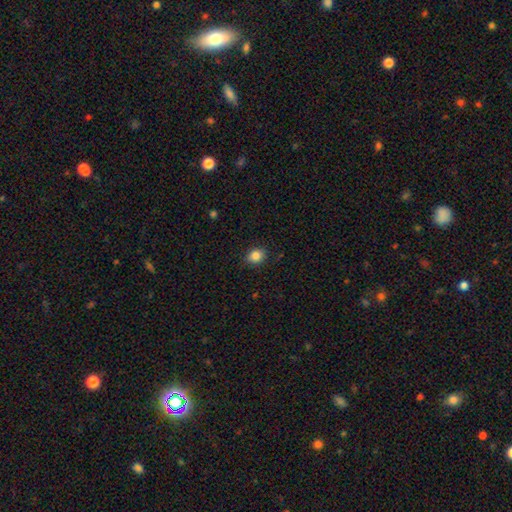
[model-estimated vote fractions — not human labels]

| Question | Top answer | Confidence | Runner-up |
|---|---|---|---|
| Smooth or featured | smooth | 84% | star or artifact (10%) |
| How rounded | round | 61% | in between (38%) |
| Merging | none | 87% | minor disturbance (10%) |